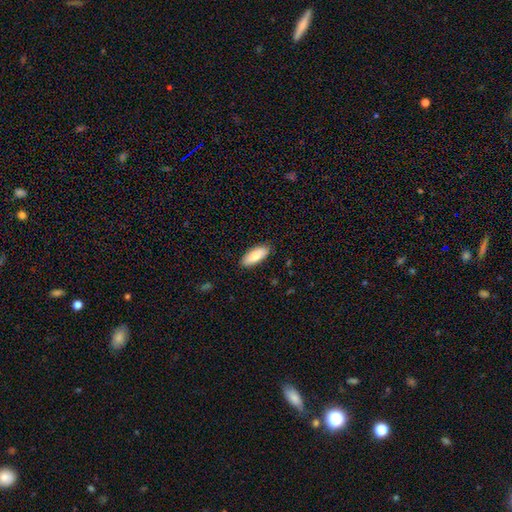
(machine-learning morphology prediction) smooth 84%, featured or disk 10%, star or artifact 6%. Down the decision tree: how rounded — in between (80%); merging — none (88%).